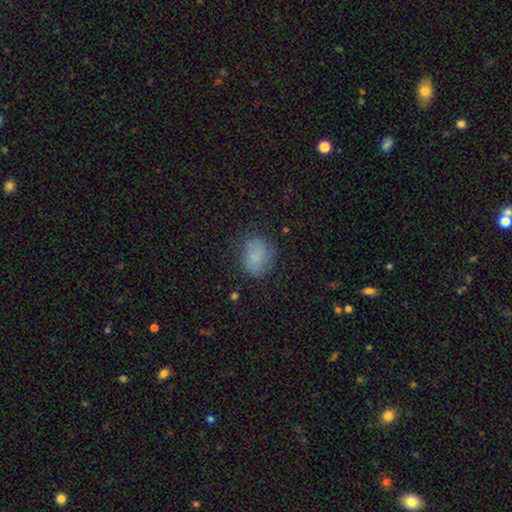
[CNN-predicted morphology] Overall: smooth (83%). How rounded: in between (63%; round 36%). Merging: none (71%).